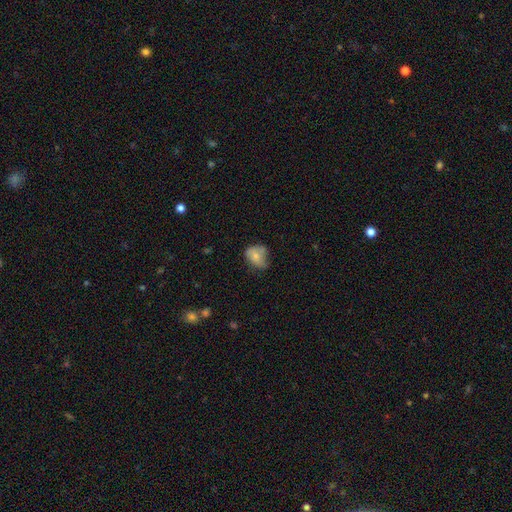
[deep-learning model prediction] Smooth or featured?
  - smooth: 68% *
  - featured or disk: 24%
  - star or artifact: 9%
How rounded?
  - in between: 57% *
  - round: 42%
  - cigar-shaped: 1%
Merging?
  - minor disturbance: 39% *
  - none: 38%
  - major disturbance: 19%
  - merger: 4%